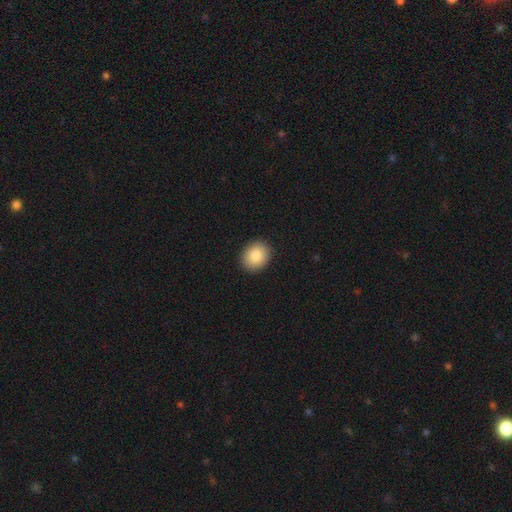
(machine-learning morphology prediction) A smooth galaxy with no disk features (85%) that is round (58%). Merging: none (91%).